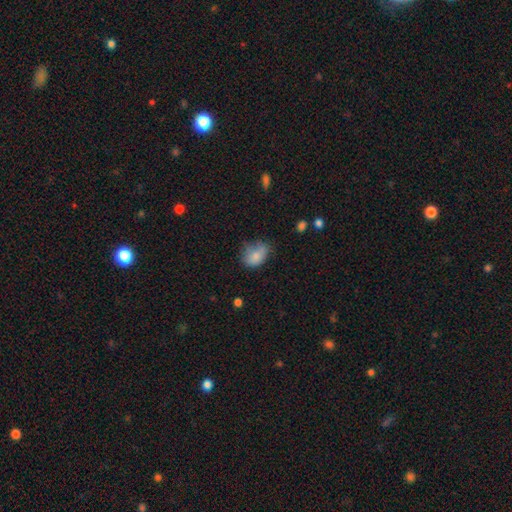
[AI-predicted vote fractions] A smooth galaxy with no disk features (80%) that is in between round and cigar-shaped (74%).

Vote fractions:
- Smooth or featured? smooth: 80% / featured or disk: 10% / star or artifact: 9%
- How rounded? in between: 74% / round: 25% / cigar-shaped: 1%
- Merging? none: 44% / minor disturbance: 38% / major disturbance: 15% / merger: 3%